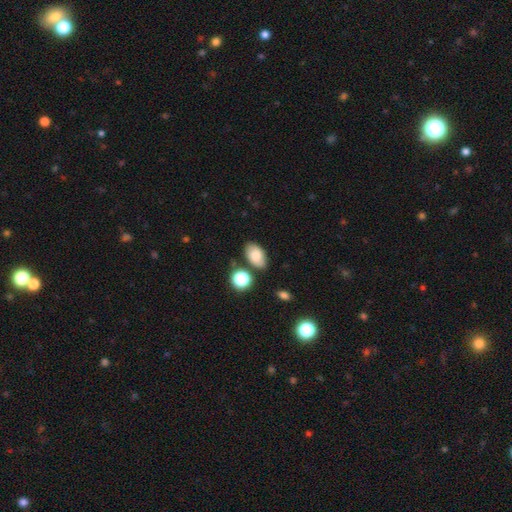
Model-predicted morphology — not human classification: smooth 77%, featured or disk 13%, star or artifact 10%. Down the decision tree: how rounded — in between (90%); merging — none (76%).